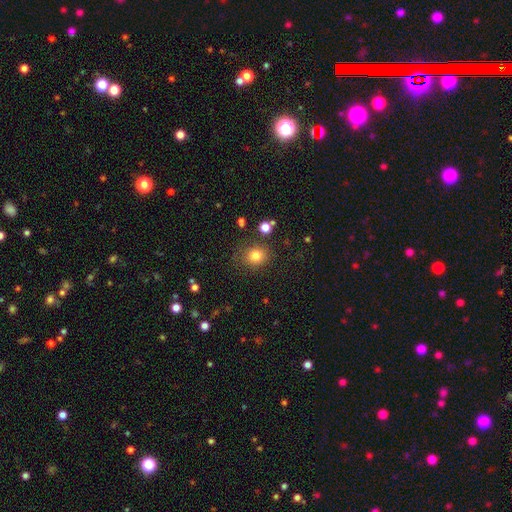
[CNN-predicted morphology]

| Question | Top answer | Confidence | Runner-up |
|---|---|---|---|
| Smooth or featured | smooth | 80% | star or artifact (13%) |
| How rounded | round | 71% | in between (28%) |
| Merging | none | 78% | minor disturbance (14%) |